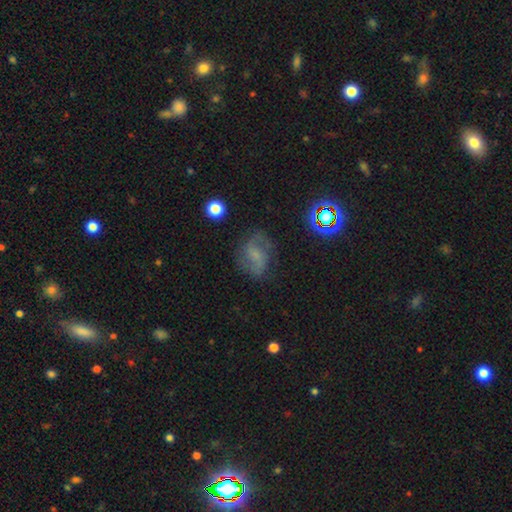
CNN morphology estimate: featured or disk 57%, smooth 27%, star or artifact 16%. Down the decision tree: edge-on disk — no (96%); bar — weak (46%); spiral arms — yes (87%); bulge size — small (41%); merging — none (70%).